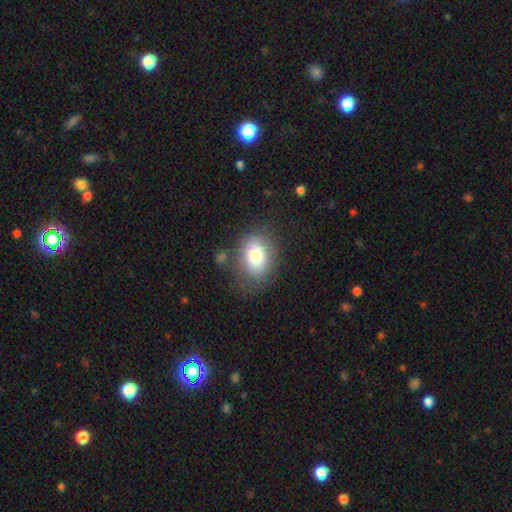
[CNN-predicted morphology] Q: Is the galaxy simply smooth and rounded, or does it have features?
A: smooth — 77%.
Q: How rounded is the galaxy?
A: in between — 63%.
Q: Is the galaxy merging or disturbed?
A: none — 74%.